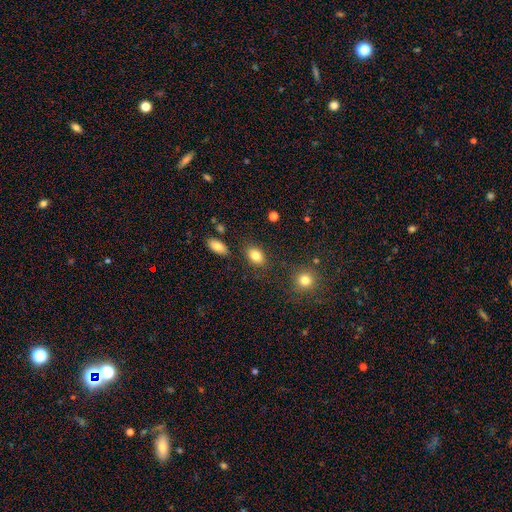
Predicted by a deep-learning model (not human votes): This appears to be a smooth galaxy with no disk features (83%) that is in between round and cigar-shaped (82%). Merging: none (83%).